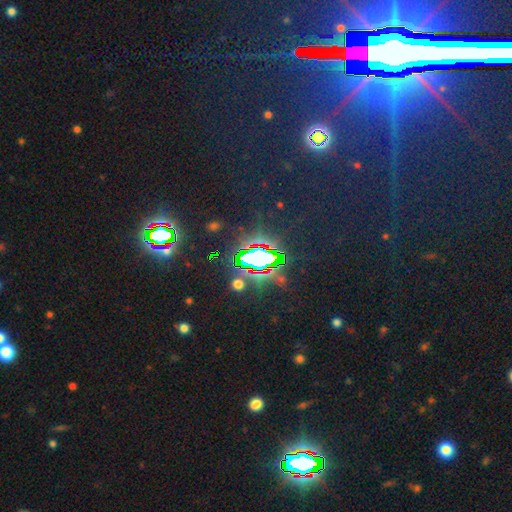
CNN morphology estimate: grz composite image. It shows a star or artifact, not a galaxy (75%).